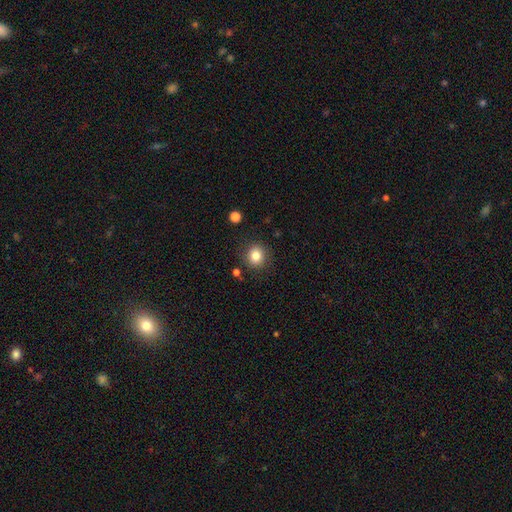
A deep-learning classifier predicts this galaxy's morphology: smooth-or-featured: smooth: 82% | star or artifact: 11% | featured or disk: 7%
  how-rounded: round: 89% | in between: 11% | cigar-shaped: 1%
  merging: none: 87% | minor disturbance: 8% | major disturbance: 3% | merger: 2%